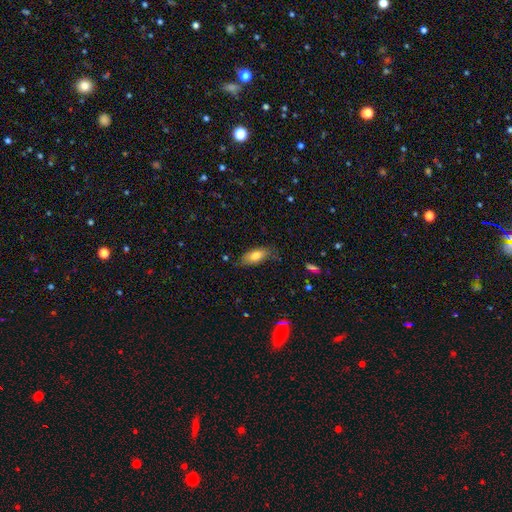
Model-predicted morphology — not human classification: smooth 76%, featured or disk 17%, star or artifact 7%. Down the decision tree: how rounded — in between (81%); merging — none (72%).